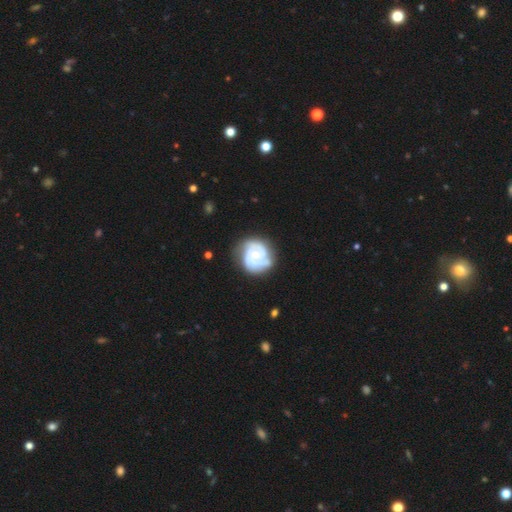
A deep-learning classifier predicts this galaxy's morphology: Smooth or featured?
  - featured or disk: 80% *
  - smooth: 15%
  - star or artifact: 5%
Edge-on disk?
  - no: 98% *
  - yes: 2%
Bar?
  - no: 72% *
  - weak: 24%
  - strong: 4%
Spiral arms?
  - yes: 92% *
  - no: 8%
Spiral winding?
  - tight: 64% *
  - medium: 29%
  - loose: 7%
Spiral arm count?
  - 2: 40% *
  - 3: 27%
  - can't tell: 21%
  - 1: 5%
  - 4: 5%
  - more than 4: 3%
Bulge size?
  - moderate: 48% *
  - small: 47%
  - none: 2%
  - large: 2%
  - dominant: 1%
Merging?
  - none: 65% *
  - minor disturbance: 24%
  - major disturbance: 9%
  - merger: 3%